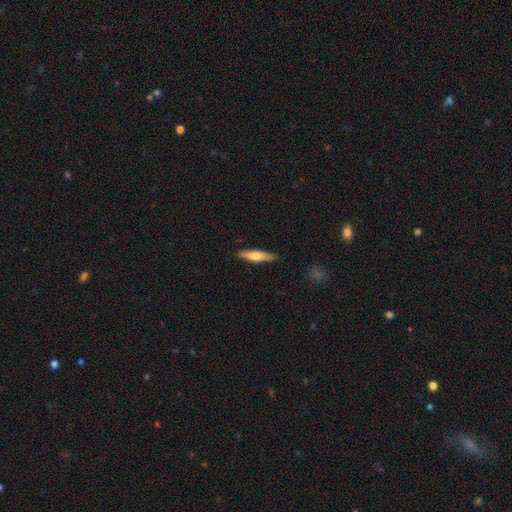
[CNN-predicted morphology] smooth-or-featured: smooth: 55% | featured or disk: 39% | star or artifact: 6%
  how-rounded: cigar-shaped: 82% | in between: 16% | round: 2%
  merging: none: 89% | minor disturbance: 8% | major disturbance: 2% | merger: 1%